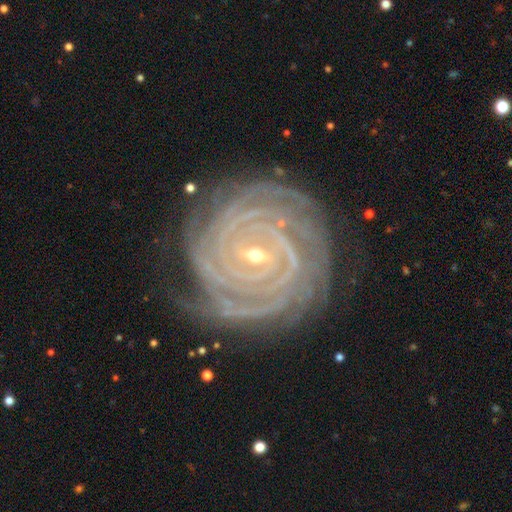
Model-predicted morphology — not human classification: This is clearly a featured or disk galaxy (91%). It is clearly not viewed edge-on (97%). Bar: marginally weak (40%). Spiral arm pattern: clearly yes (98%). Spiral arm count: marginally 4 (24%). Spiral winding: clearly tight (90%). Central bulge: likely small (64%). Merging: likely none (77%).